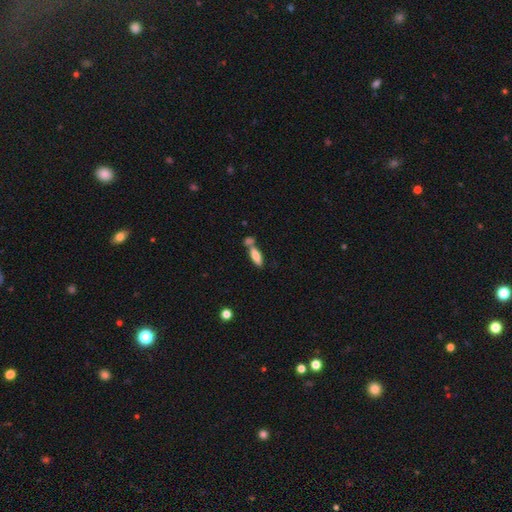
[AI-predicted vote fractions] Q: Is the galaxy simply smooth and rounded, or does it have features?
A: smooth — 73%.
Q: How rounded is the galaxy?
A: in between — 59%.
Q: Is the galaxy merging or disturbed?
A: none — 51%.